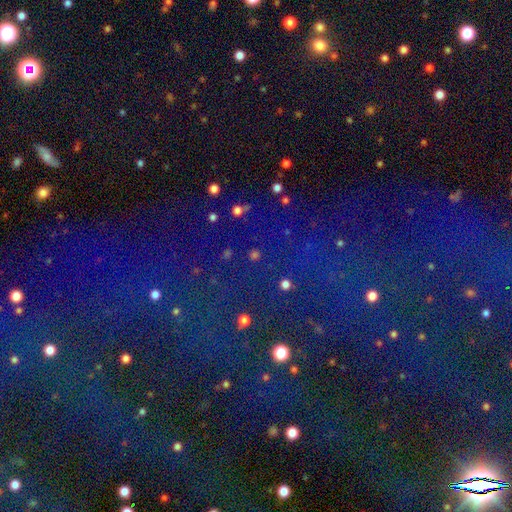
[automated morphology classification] A star or artifact, not a galaxy (81%).

Vote fractions:
- Smooth or featured? star or artifact: 81% / smooth: 11% / featured or disk: 8%